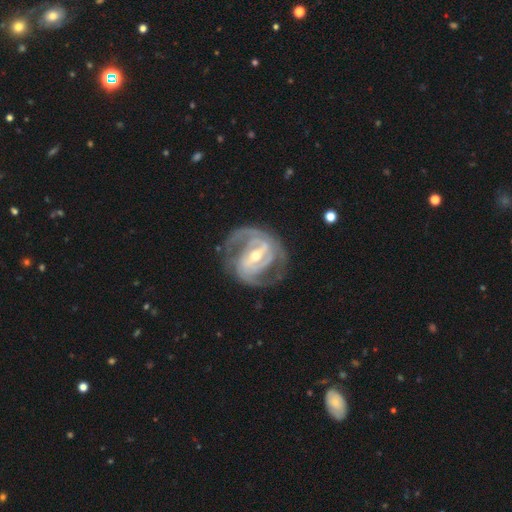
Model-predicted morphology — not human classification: This appears to be a featured or disk galaxy (91%) with a strong bar (53%), 2 (57%) tight (46%) spiral arms (97%) and a moderate central bulge (52%). Merging: none (71%).